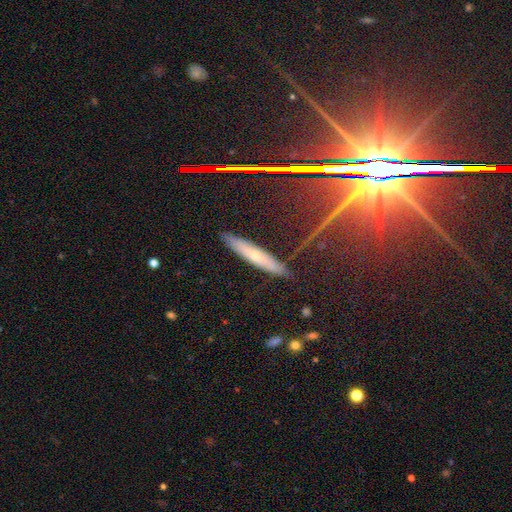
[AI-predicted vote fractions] smooth_or_featured: smooth (p=0.48) [alt: featured or disk p=0.41]
merging: none (p=0.87) [alt: minor disturbance p=0.10]